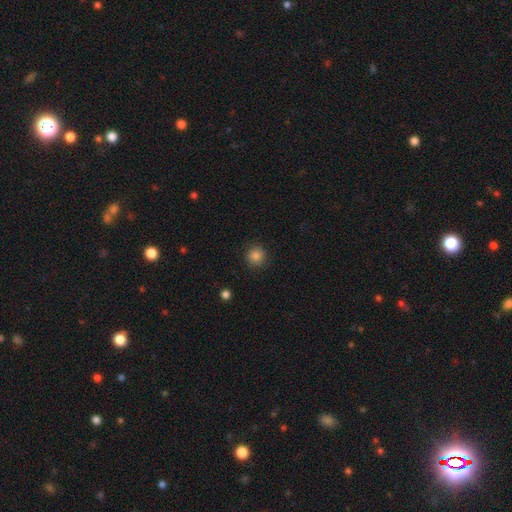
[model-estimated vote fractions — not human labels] smooth_or_featured: smooth (p=0.85) [alt: star or artifact p=0.11]
how_rounded: round (p=0.93) [alt: in between p=0.06]
merging: none (p=0.90) [alt: minor disturbance p=0.07]